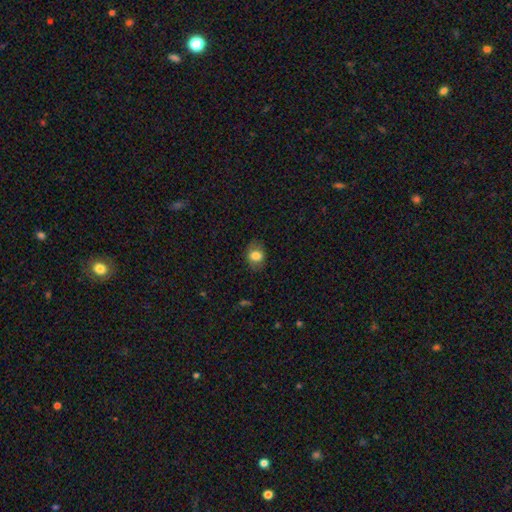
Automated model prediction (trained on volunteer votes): smooth-or-featured: smooth: 76% | featured or disk: 14% | star or artifact: 9%
  how-rounded: in between: 57% | round: 42% | cigar-shaped: 1%
  merging: none: 77% | minor disturbance: 16% | major disturbance: 5% | merger: 1%